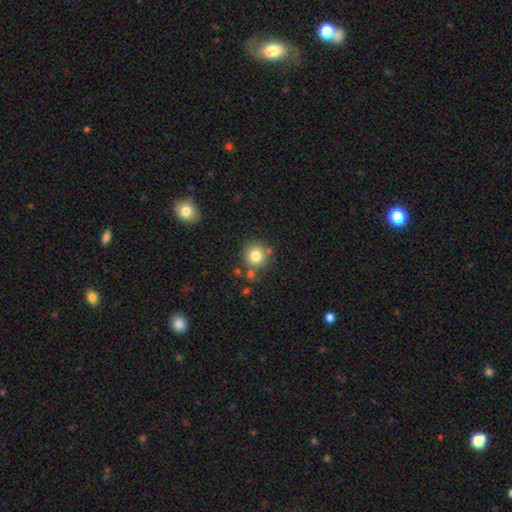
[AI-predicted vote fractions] Overall: smooth (80%). How rounded: round (91%). Merging: none (76%).